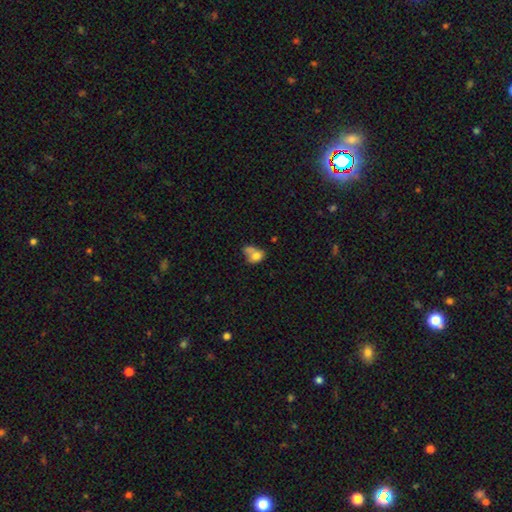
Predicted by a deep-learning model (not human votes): smooth_or_featured: smooth (p=0.72) [alt: featured or disk p=0.17]
how_rounded: in between (p=0.62) [alt: round p=0.36]
merging: merger (p=0.46) [alt: none p=0.23]